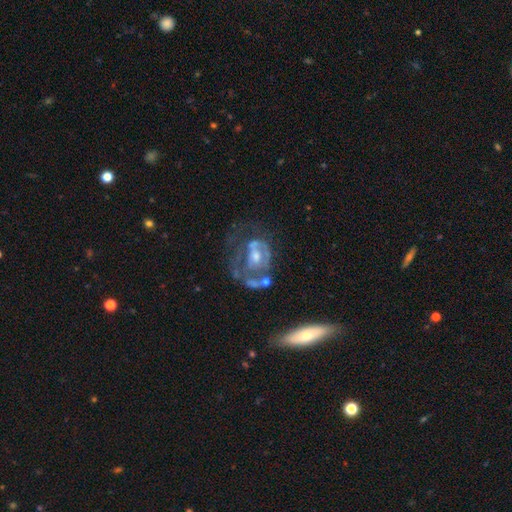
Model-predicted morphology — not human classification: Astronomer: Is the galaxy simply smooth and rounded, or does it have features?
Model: featured or disk — 72%.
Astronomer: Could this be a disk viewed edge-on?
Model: no — 95%.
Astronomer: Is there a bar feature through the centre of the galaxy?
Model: no — 65%.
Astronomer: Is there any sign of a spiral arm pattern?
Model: no — 53% (runner-up: yes, 47%).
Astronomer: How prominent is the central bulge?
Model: moderate — 54% (runner-up: small, 34%).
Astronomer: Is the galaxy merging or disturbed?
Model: major disturbance — 33%, tied with none at 33%.